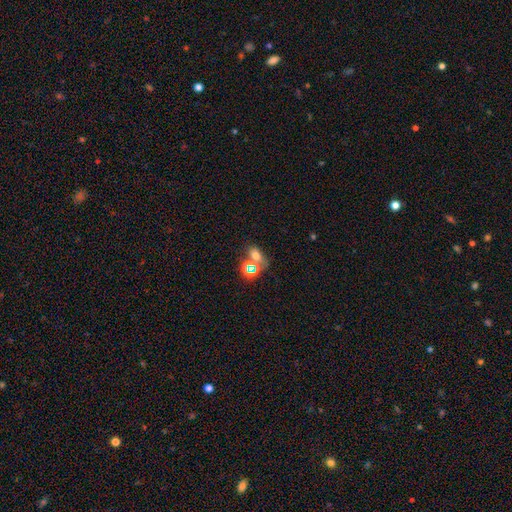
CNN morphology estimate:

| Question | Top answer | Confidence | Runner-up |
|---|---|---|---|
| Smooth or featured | smooth | 53% | star or artifact (33%) |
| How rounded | in between | 65% | round (33%) |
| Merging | none | 53% | merger (29%) |